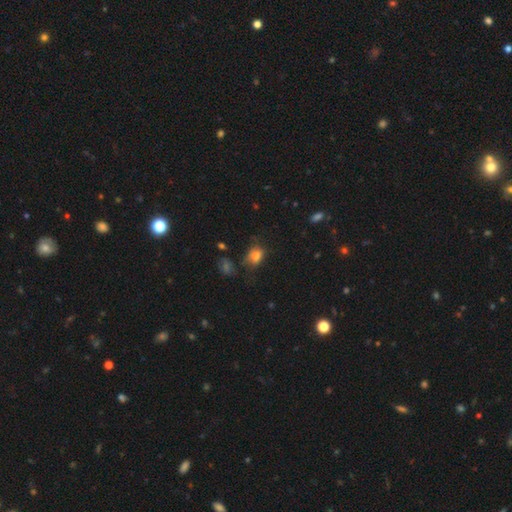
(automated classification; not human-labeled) A smooth galaxy with no disk features (77%) that is in between round and cigar-shaped (60%). Merging: none (53%).